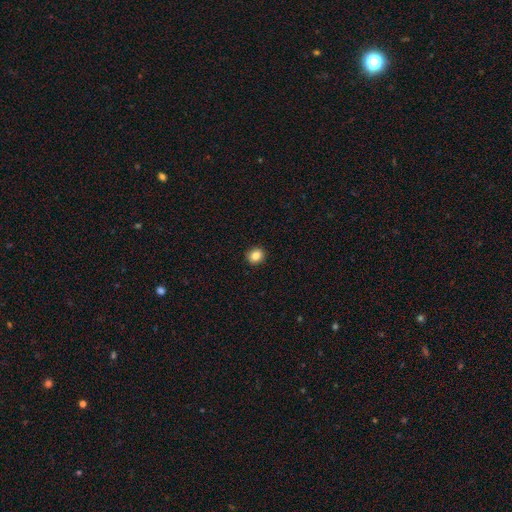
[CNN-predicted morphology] Smooth or featured? Predicted: smooth (p=0.85). How rounded? Predicted: round (p=0.79). Merging? Predicted: none (p=0.92).